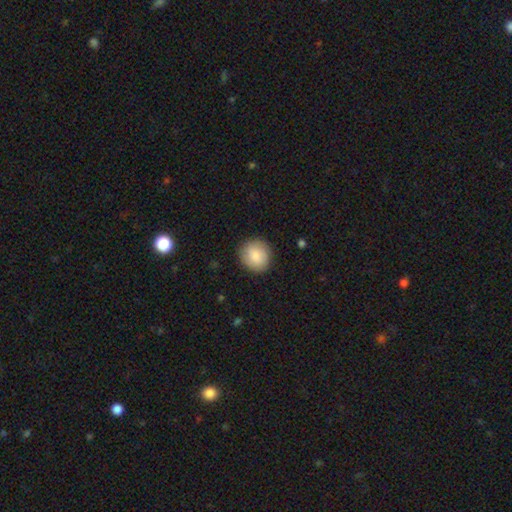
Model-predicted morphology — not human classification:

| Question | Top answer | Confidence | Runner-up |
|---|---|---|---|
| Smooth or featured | smooth | 85% | featured or disk (9%) |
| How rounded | round | 85% | in between (14%) |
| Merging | none | 88% | minor disturbance (9%) |